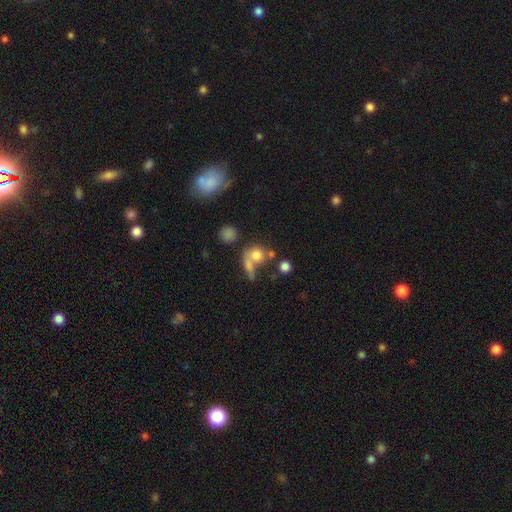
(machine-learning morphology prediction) smooth 71%, featured or disk 16%, star or artifact 13%. Down the decision tree: how rounded — round (69%); merging — merger (41%).